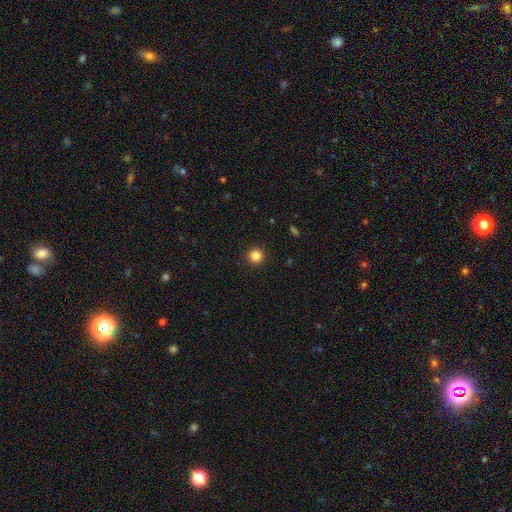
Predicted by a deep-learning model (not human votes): Smooth or featured: smooth — 84% (star or artifact — 12%)
How rounded: round — 96% (in between — 3%)
Merging: none — 93% (minor disturbance — 4%)